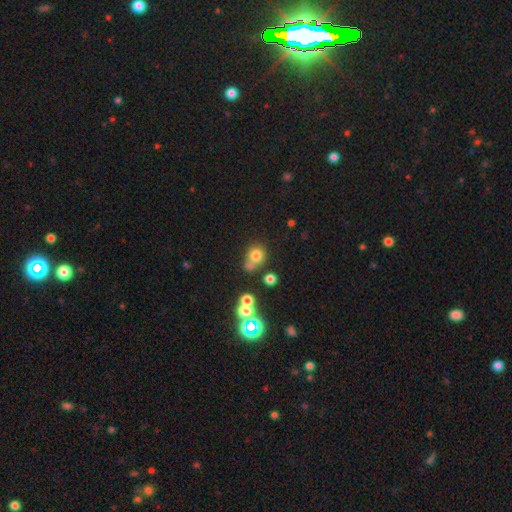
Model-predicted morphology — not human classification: A smooth galaxy with no disk features (71%) that is round (79%).

Vote fractions:
- Smooth or featured? smooth: 71% / star or artifact: 18% / featured or disk: 11%
- How rounded? round: 79% / in between: 20% / cigar-shaped: 1%
- Merging? none: 49% / merger: 30% / minor disturbance: 14% / major disturbance: 7%